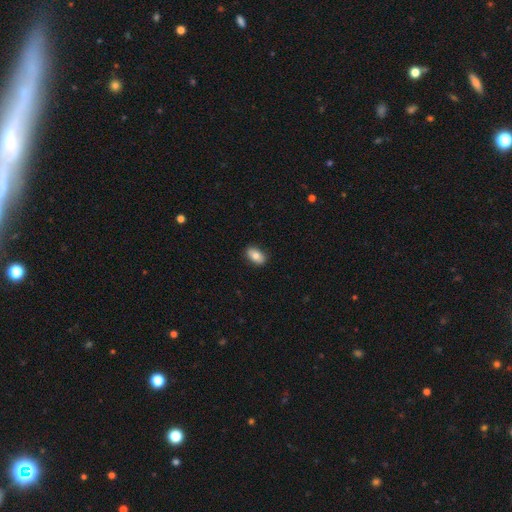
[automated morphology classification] Smooth or featured? smooth (79%)
How rounded? in between (89%)
Merging? none (87%)